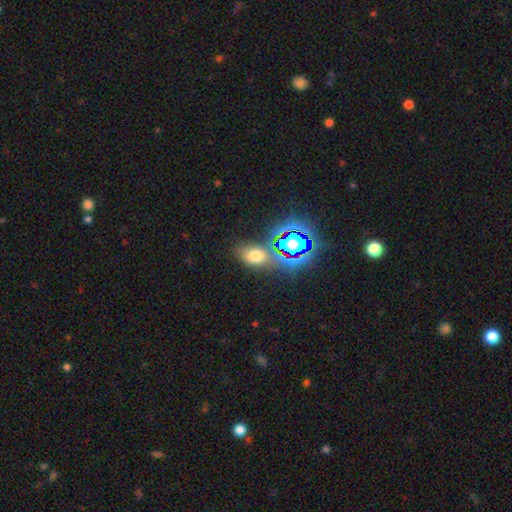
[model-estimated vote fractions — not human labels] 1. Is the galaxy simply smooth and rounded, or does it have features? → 57% smooth, 30% star or artifact, 12% featured or disk.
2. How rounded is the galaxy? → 82% in between, 16% round, 3% cigar-shaped.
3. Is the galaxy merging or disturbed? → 69% none, 15% minor disturbance, 9% merger, 7% major disturbance.